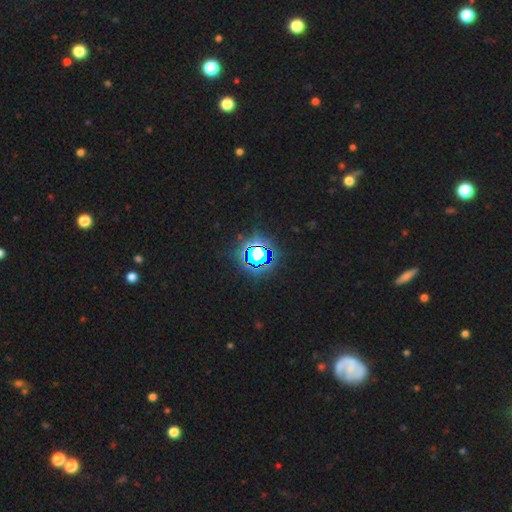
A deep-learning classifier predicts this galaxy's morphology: A star or artifact, not a galaxy (72%).

Vote fractions:
- Smooth or featured? star or artifact: 72% / smooth: 18% / featured or disk: 10%